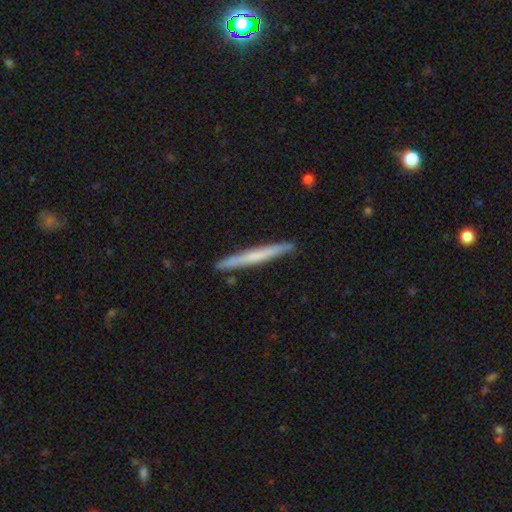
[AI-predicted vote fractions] Smooth or featured? smooth (53%)
How rounded? cigar-shaped (97%)
Merging? none (90%)